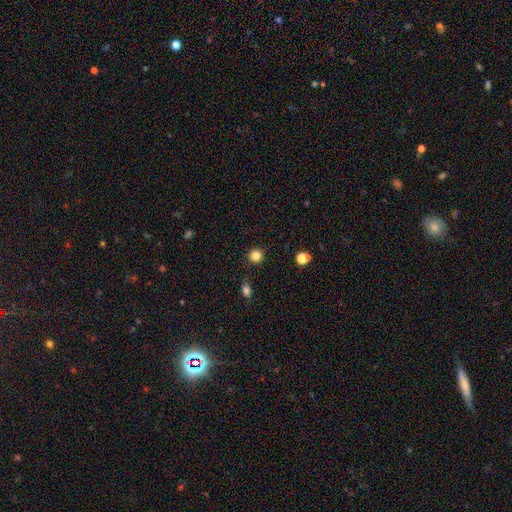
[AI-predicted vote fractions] smooth 83%, star or artifact 12%, featured or disk 4%. Down the decision tree: how rounded — round (93%); merging — none (88%).